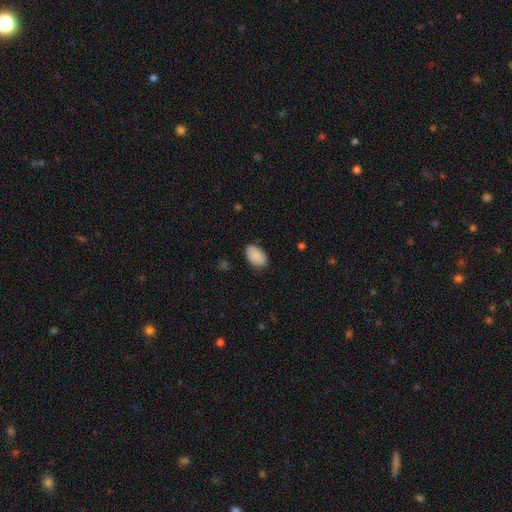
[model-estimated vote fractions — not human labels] Smooth or featured?
  - smooth: 88% *
  - star or artifact: 6%
  - featured or disk: 6%
How rounded?
  - in between: 93% *
  - round: 6%
  - cigar-shaped: 1%
Merging?
  - none: 80% *
  - minor disturbance: 16%
  - major disturbance: 3%
  - merger: 1%